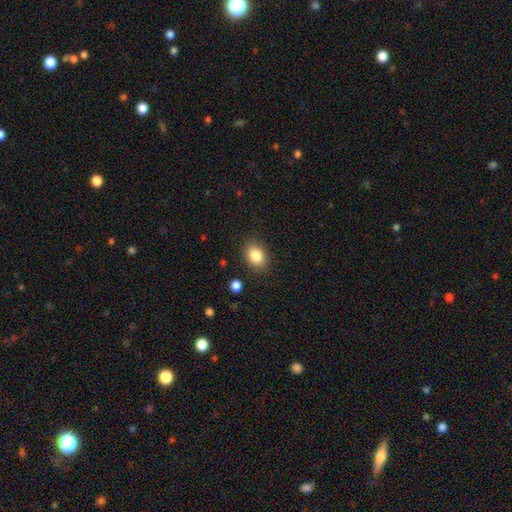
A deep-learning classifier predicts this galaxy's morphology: Smooth or featured: smooth — 84% (star or artifact — 9%)
How rounded: in between — 61% (round — 38%)
Merging: none — 87% (minor disturbance — 9%)